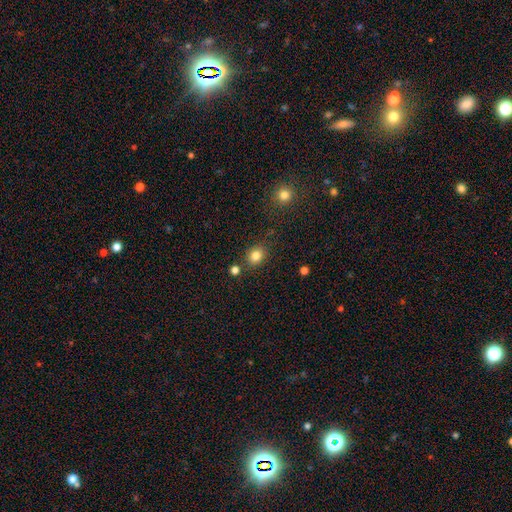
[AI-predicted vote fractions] The model was most divided on "how rounded": round: 66%, in between: 33%, cigar-shaped: 1%. More confident: smooth or featured — smooth (82%); merging — none (81%).